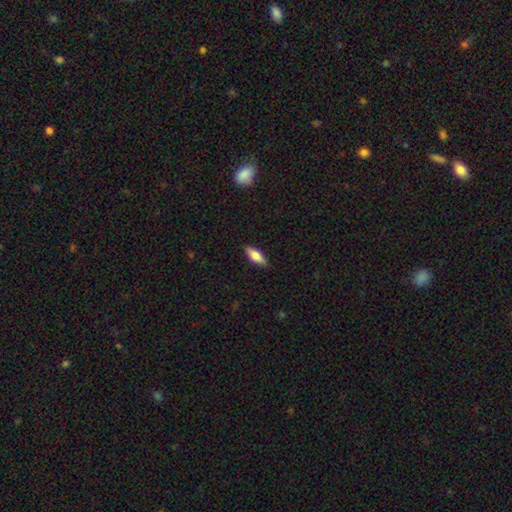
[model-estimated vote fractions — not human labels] This is likely a smooth galaxy (69%). How rounded: likely in between (65%). Merging: clearly none (88%).